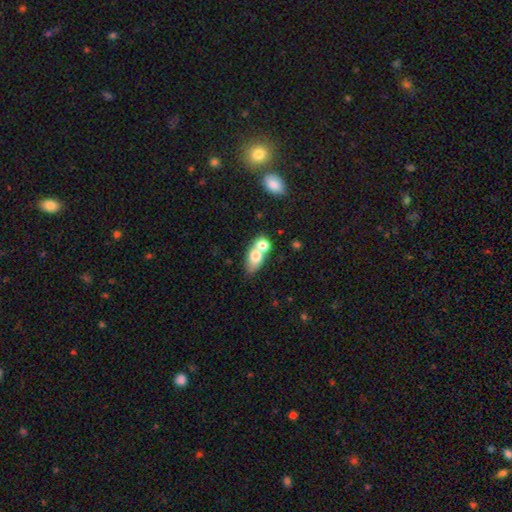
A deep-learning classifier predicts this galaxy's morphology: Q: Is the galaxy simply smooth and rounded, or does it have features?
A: smooth — 70%.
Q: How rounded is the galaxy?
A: in between — 72%.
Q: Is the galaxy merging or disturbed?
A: merger — 53%.